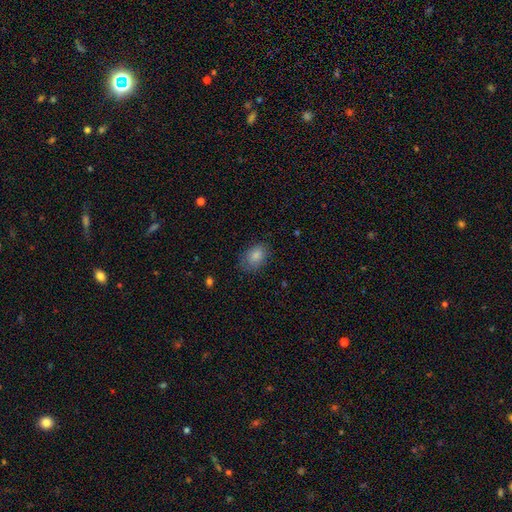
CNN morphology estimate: smooth-or-featured: smooth: 85% | star or artifact: 8% | featured or disk: 7%
  how-rounded: in between: 80% | round: 18% | cigar-shaped: 1%
  merging: none: 75% | minor disturbance: 19% | major disturbance: 5% | merger: 1%